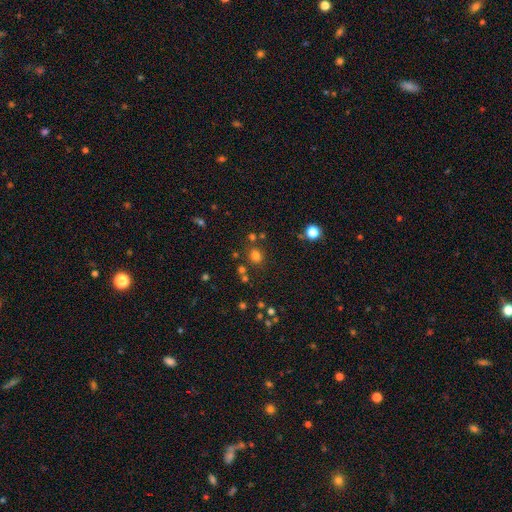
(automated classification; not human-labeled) The model was most divided on "how rounded": round: 69%, in between: 30%, cigar-shaped: 1%. More confident: merging — none (79%); smooth or featured — smooth (74%).